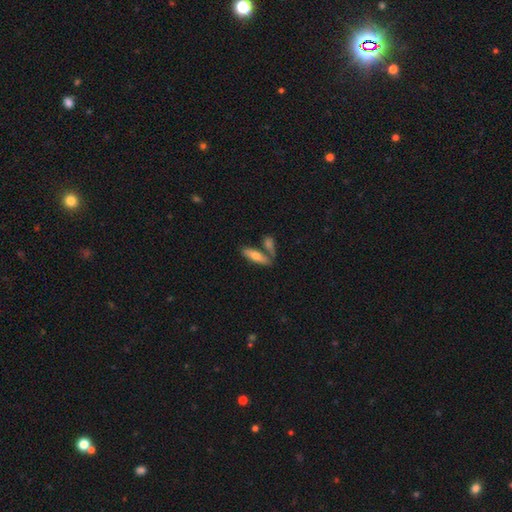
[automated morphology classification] A smooth galaxy with no disk features (67%) that is cigar-shaped (51%). Merging: none (58%).